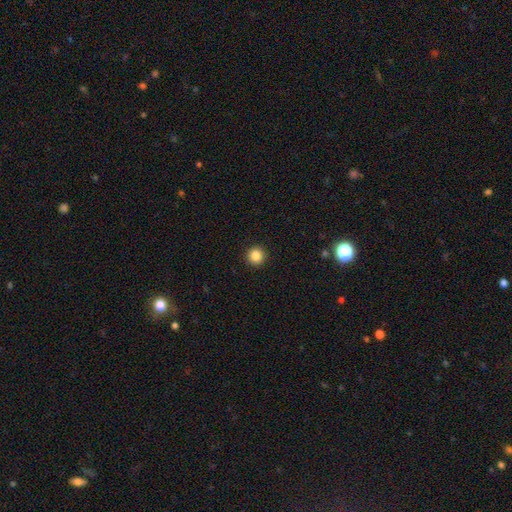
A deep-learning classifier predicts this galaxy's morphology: A smooth galaxy with no disk features (85%) that is round (96%). Merging: none (93%).